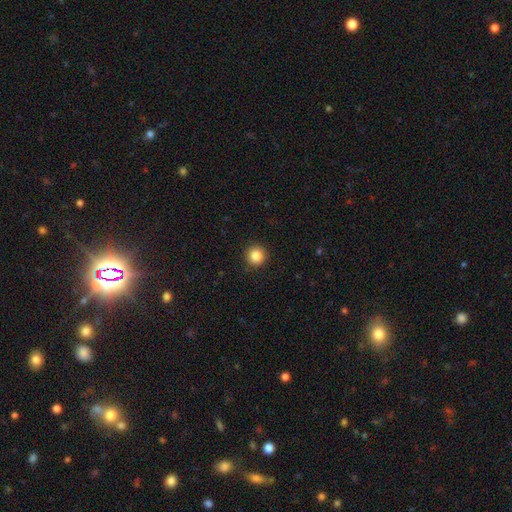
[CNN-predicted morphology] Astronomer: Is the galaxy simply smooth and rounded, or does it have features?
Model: smooth — 87%.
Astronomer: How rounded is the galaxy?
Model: round — 95%.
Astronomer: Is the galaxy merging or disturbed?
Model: none — 91%.